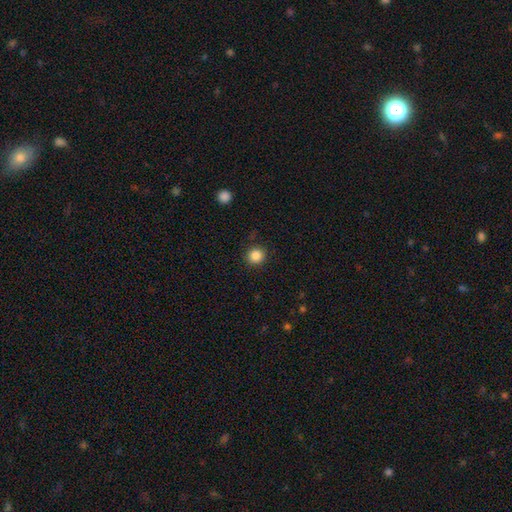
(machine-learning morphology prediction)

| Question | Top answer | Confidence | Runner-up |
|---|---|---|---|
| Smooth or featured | smooth | 86% | star or artifact (11%) |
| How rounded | round | 93% | in between (6%) |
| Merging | none | 90% | minor disturbance (7%) |